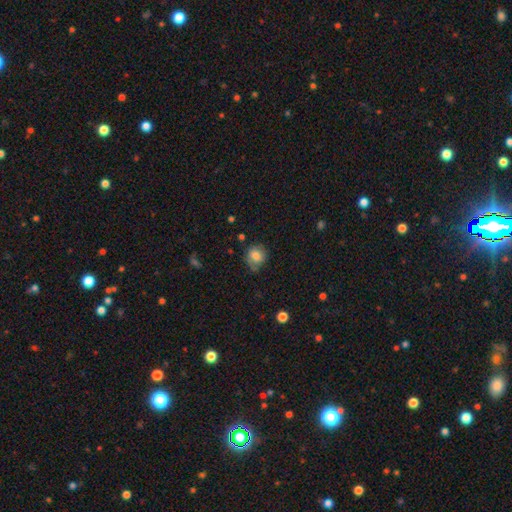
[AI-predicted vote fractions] This is likely a smooth galaxy (76%). How rounded: likely round (77%). Merging: likely none (64%).